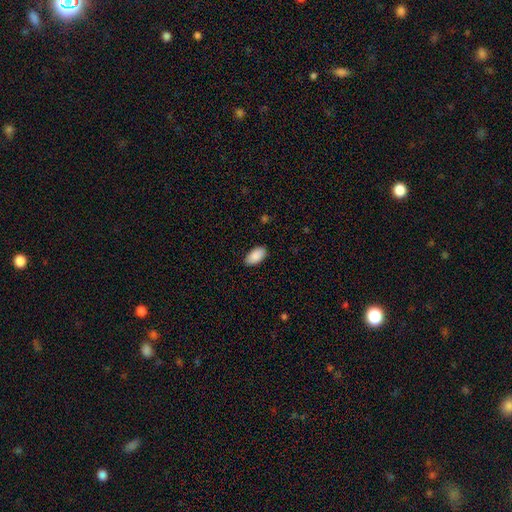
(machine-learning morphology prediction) Overall: smooth (91%). How rounded: in between (95%). Merging: none (87%).